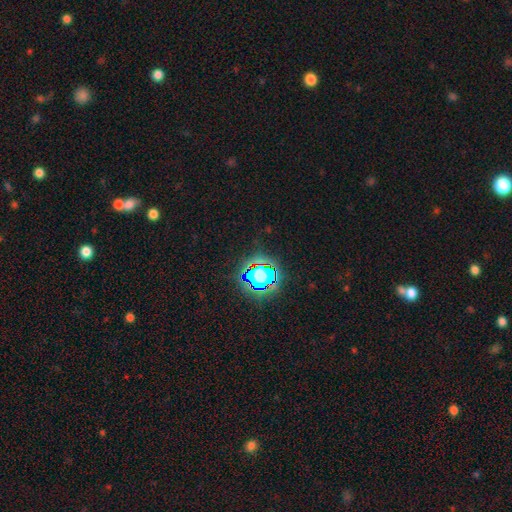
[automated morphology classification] A star or artifact, not a galaxy (80%).

Vote fractions:
- Smooth or featured? star or artifact: 80% / smooth: 13% / featured or disk: 7%